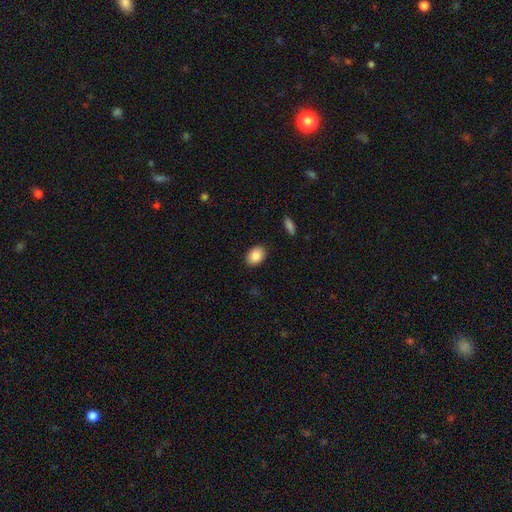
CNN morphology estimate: Overall: smooth (88%). How rounded: in between (70%). Merging: none (89%).